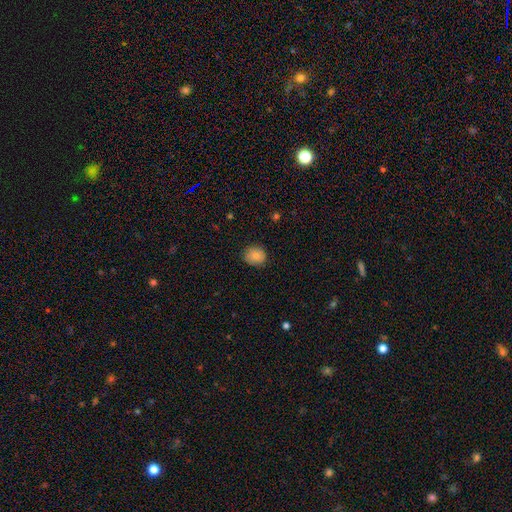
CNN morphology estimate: smooth 86%, star or artifact 8%, featured or disk 6%. Down the decision tree: how rounded — round (76%); merging — none (85%).